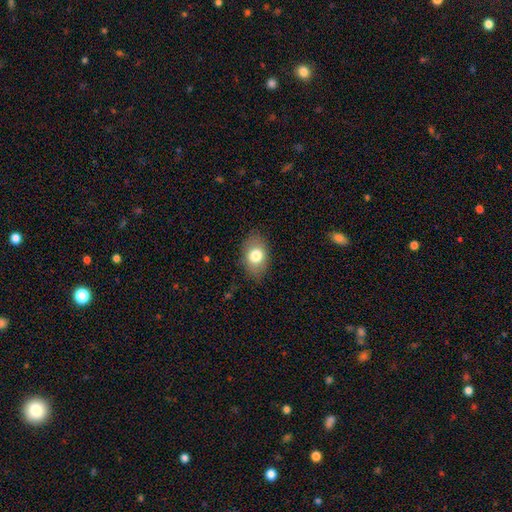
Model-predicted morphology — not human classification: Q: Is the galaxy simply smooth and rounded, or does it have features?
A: smooth — 78%.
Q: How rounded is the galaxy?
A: in between — 81%.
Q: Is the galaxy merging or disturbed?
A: none — 82%.